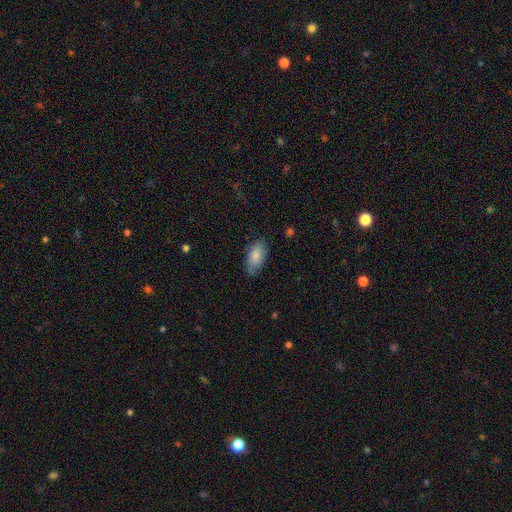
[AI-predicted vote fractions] Q: Smooth or featured?
A: smooth (81%); runner-up: featured or disk (13%)
Q: How rounded?
A: in between (91%); runner-up: cigar-shaped (6%)
Q: Merging?
A: none (75%); runner-up: minor disturbance (20%)